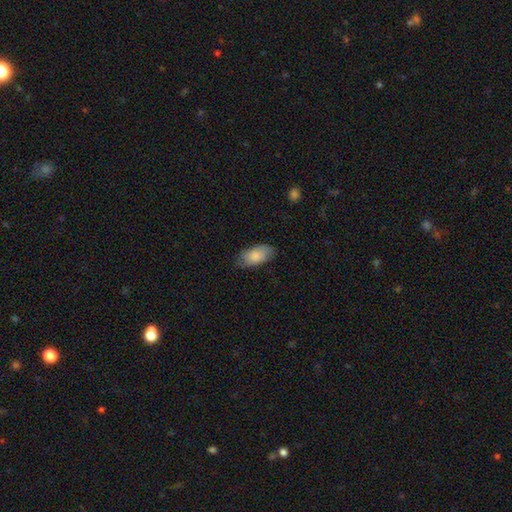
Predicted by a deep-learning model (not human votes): Morphology: type=smooth (82%); roundness=in between (93%); merging=none (80%).